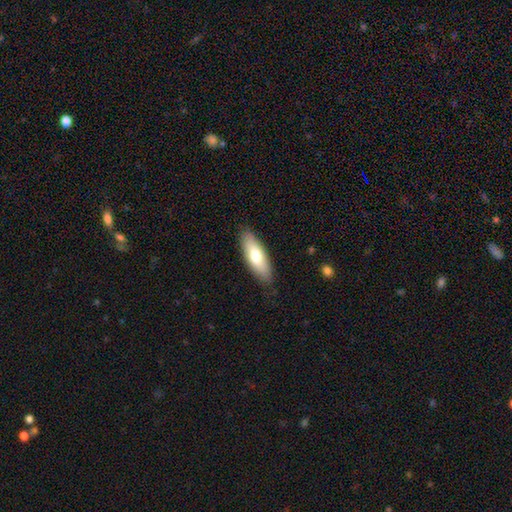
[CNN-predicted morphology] This is likely a smooth galaxy (70%). How rounded: likely in between (63%). Merging: clearly none (86%).